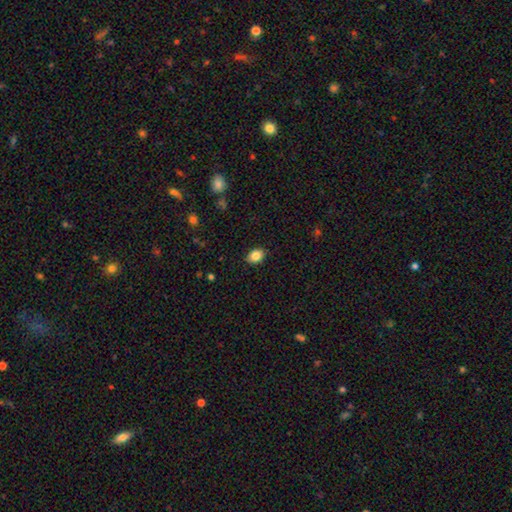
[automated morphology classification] A smooth galaxy with no disk features (86%) that is in between round and cigar-shaped (70%).

Vote fractions:
- Smooth or featured? smooth: 86% / star or artifact: 9% / featured or disk: 6%
- How rounded? in between: 70% / round: 29% / cigar-shaped: 1%
- Merging? none: 88% / minor disturbance: 9% / major disturbance: 2% / merger: 1%